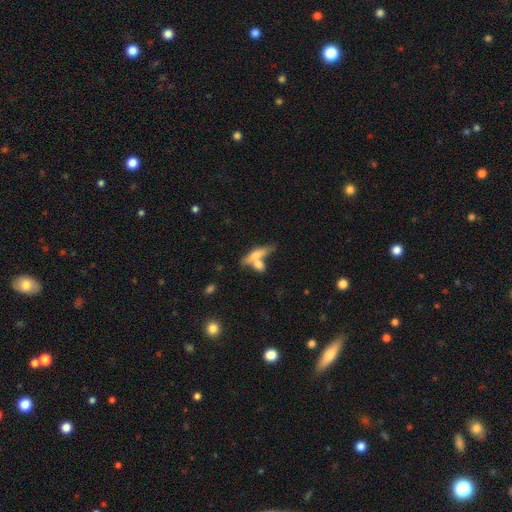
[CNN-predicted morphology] Smooth or featured? smooth (53%)
How rounded? cigar-shaped (61%)
Merging? merger (43%)